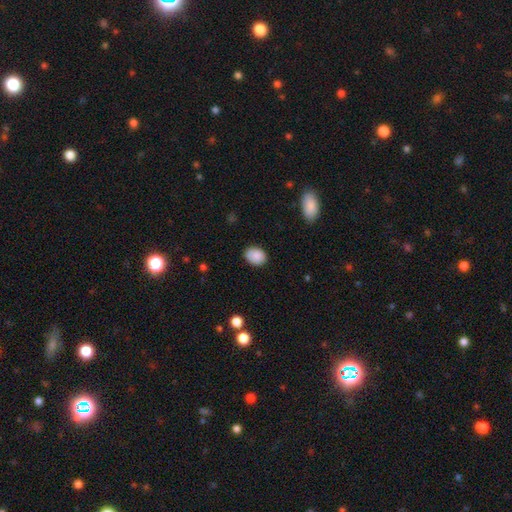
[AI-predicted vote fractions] Morphology: type=smooth (88%); roundness=in between (67%); merging=none (84%).